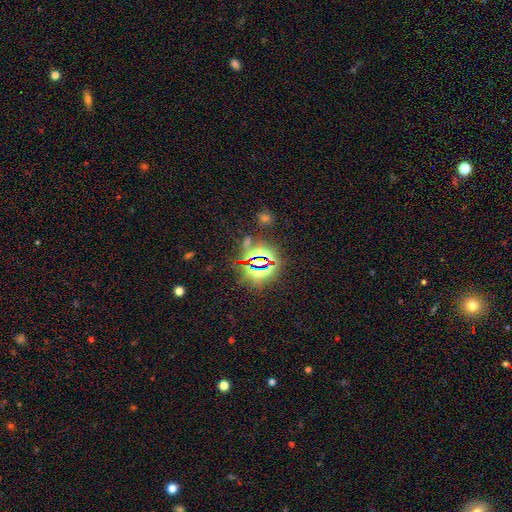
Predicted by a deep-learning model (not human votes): Overall: star or artifact (82%).